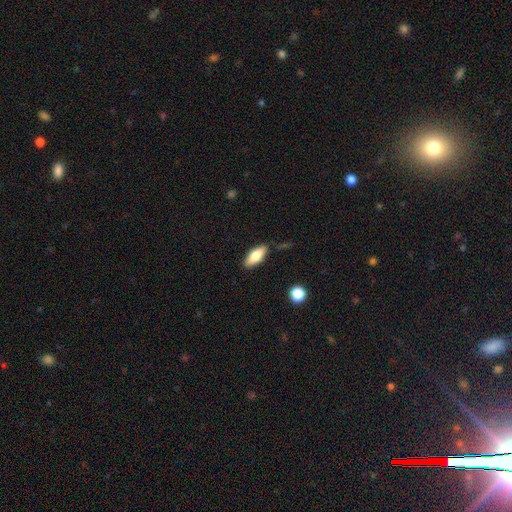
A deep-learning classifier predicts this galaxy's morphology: This appears to be a smooth galaxy with no disk features (72%) that is in between round and cigar-shaped (72%). Merging: none (82%).